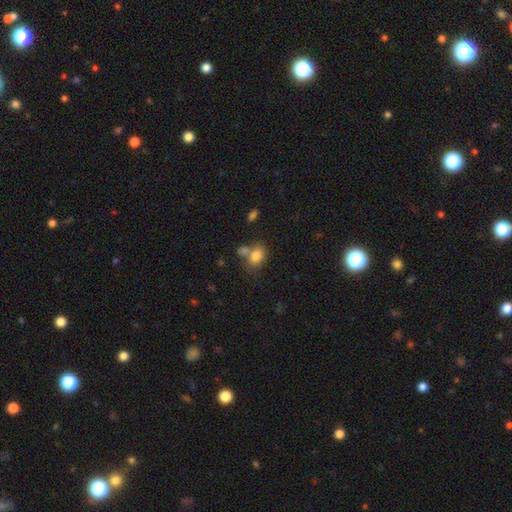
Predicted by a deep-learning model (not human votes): smooth-or-featured: smooth: 81% | star or artifact: 10% | featured or disk: 9%
  how-rounded: in between: 64% | round: 34% | cigar-shaped: 1%
  merging: none: 49% | merger: 30% | minor disturbance: 15% | major disturbance: 6%